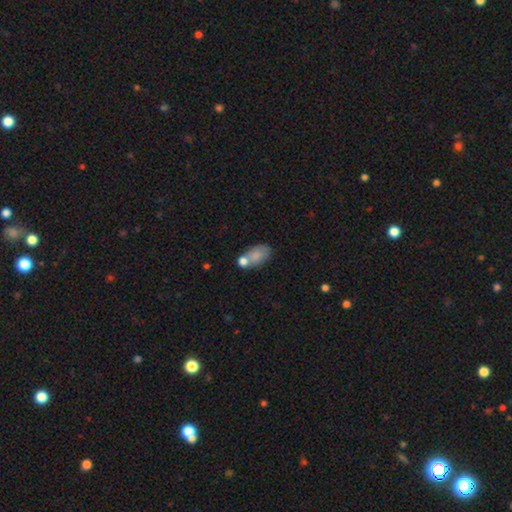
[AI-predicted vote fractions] Smooth or featured?
  - smooth: 75% *
  - featured or disk: 16%
  - star or artifact: 9%
How rounded?
  - in between: 89% *
  - round: 8%
  - cigar-shaped: 3%
Merging?
  - none: 43% *
  - merger: 30%
  - minor disturbance: 19%
  - major disturbance: 8%